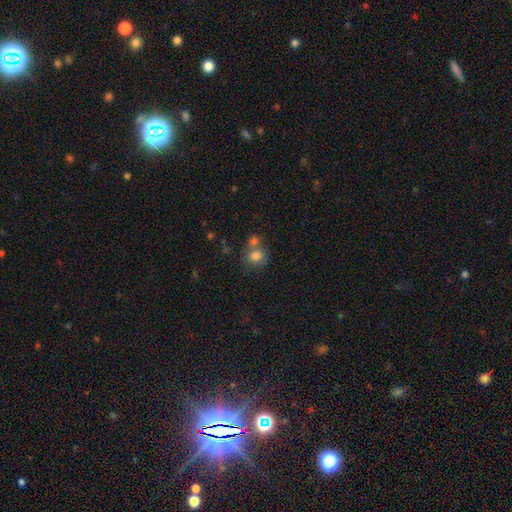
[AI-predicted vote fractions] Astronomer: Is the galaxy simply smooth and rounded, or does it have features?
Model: smooth — 80%.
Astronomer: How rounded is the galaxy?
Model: round — 78%.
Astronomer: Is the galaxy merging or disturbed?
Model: none — 50% (runner-up: merger, 36%).